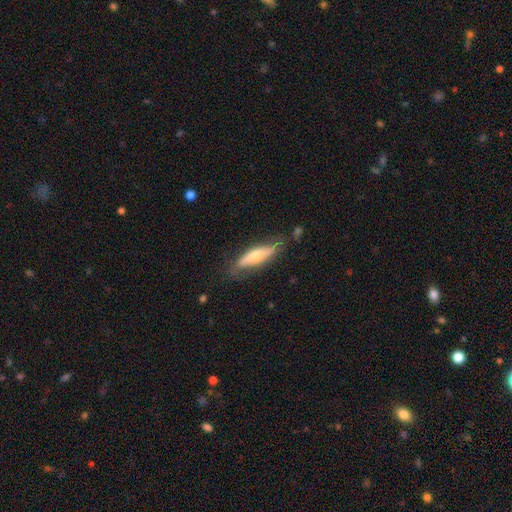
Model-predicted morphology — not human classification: This appears to be a featured or disk galaxy (53%) viewed edge-on (64%). Merging: none (70%).